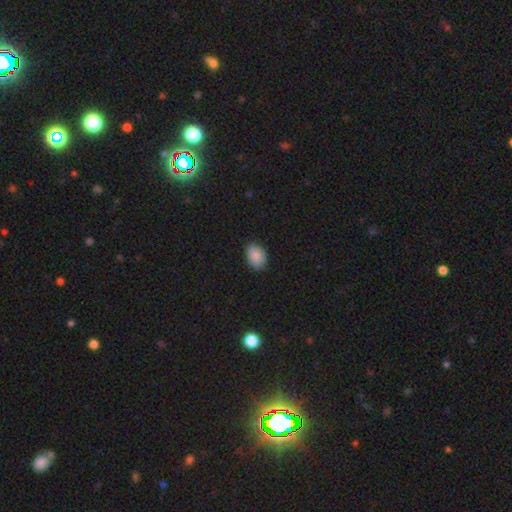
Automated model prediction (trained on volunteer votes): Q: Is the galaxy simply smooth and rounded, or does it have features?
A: smooth — 88%.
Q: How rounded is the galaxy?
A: in between — 75%.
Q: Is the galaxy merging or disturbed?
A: none — 83%.